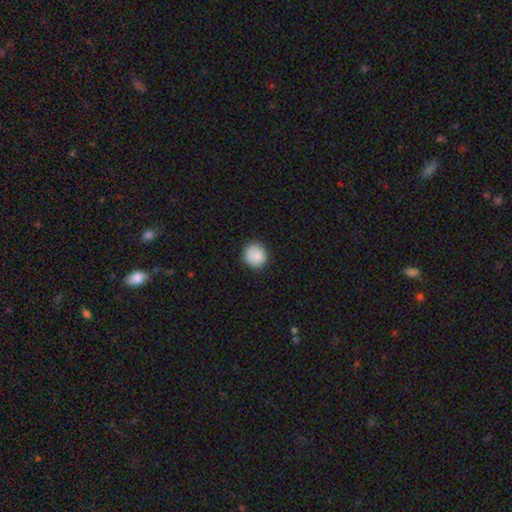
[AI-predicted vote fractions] The model was most divided on "merging": none: 86%, minor disturbance: 10%, major disturbance: 2%, merger: 1%. More confident: how rounded — round (90%); smooth or featured — smooth (86%).